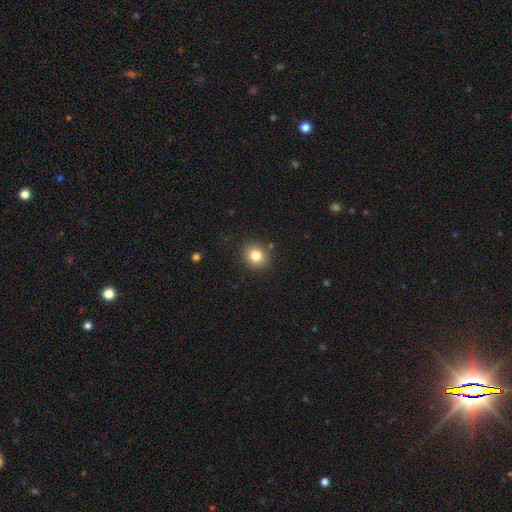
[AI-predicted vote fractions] Smooth or featured? Predicted: smooth (p=0.81). How rounded? Predicted: round (p=0.78). Merging? Predicted: none (p=0.87).